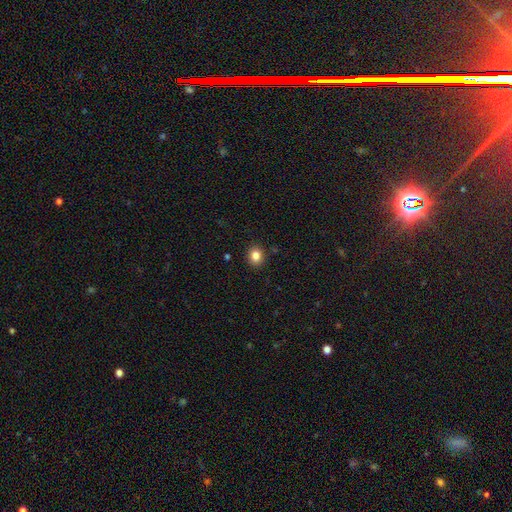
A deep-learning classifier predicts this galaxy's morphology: type=smooth (83%); roundness=round (71%); merging=none (90%).